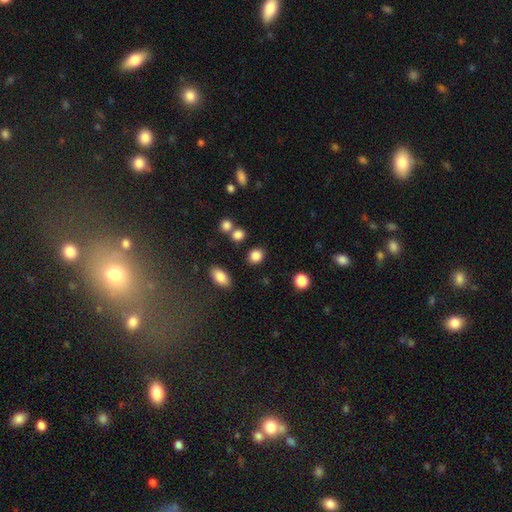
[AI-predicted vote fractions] smooth_or_featured: smooth (p=0.85) [alt: star or artifact p=0.11]
how_rounded: round (p=0.67) [alt: in between p=0.32]
merging: none (p=0.82) [alt: minor disturbance p=0.09]